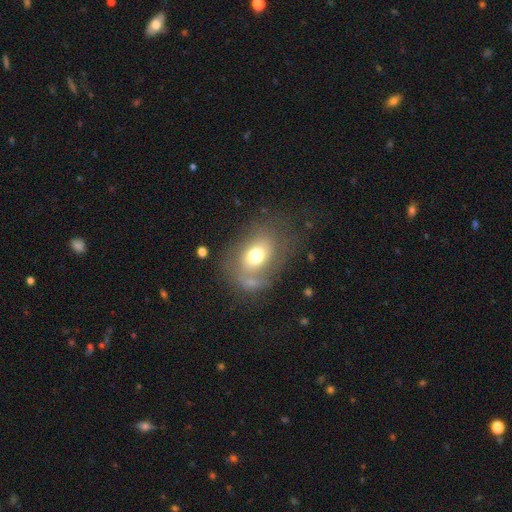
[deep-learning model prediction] A smooth galaxy with no disk features (63%) that is in between round and cigar-shaped (69%).

Vote fractions:
- Smooth or featured? smooth: 63% / featured or disk: 27% / star or artifact: 10%
- How rounded? in between: 69% / round: 29% / cigar-shaped: 1%
- Merging? none: 55% / minor disturbance: 21% / major disturbance: 15% / merger: 9%